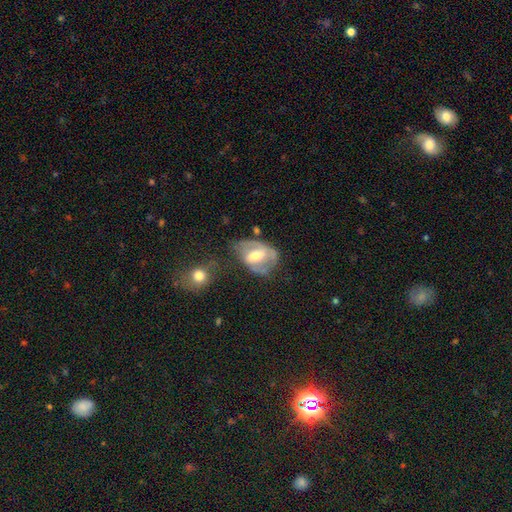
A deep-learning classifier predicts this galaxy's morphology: Overall: featured or disk (63%; smooth 30%). Edge-on disk: no (95%). Bar: weak (45%; strong 31%). Spiral arms: yes (57%; no 43%). Bulge size: moderate (65%). Merging: none (40%; minor disturbance 29%).